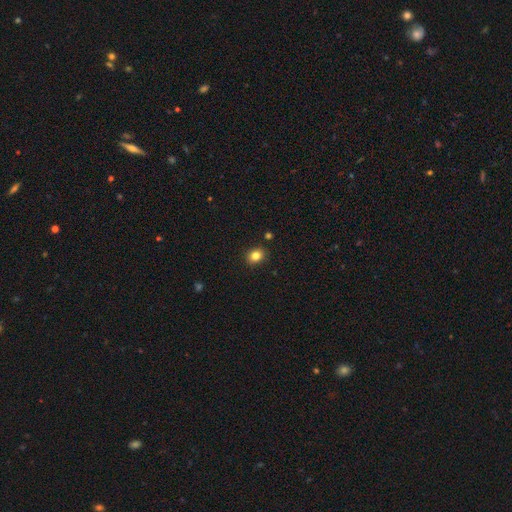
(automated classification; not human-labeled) Smooth or featured? smooth (82%)
How rounded? round (59%)
Merging? none (89%)